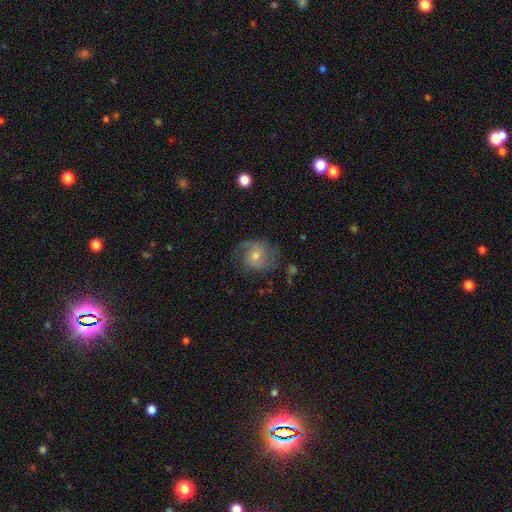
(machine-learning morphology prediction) The model was most divided on "bulge size": moderate: 48%, small: 47%, large: 3%, none: 2%, dominant: 1%. Remaining: edge-on disk — no (97%); spiral arms — yes (92%); smooth or featured — featured or disk (71%); merging — none (68%); bar — no (65%); spiral arm count — 2 (65%); spiral winding — medium (46%).